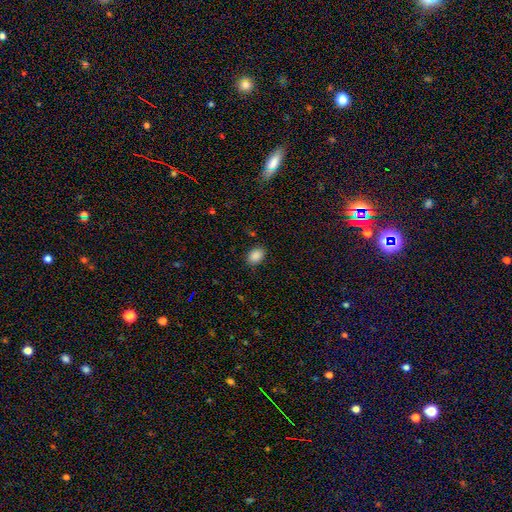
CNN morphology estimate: smooth 88%, star or artifact 9%, featured or disk 3%. Down the decision tree: how rounded — in between (68%); merging — none (86%).